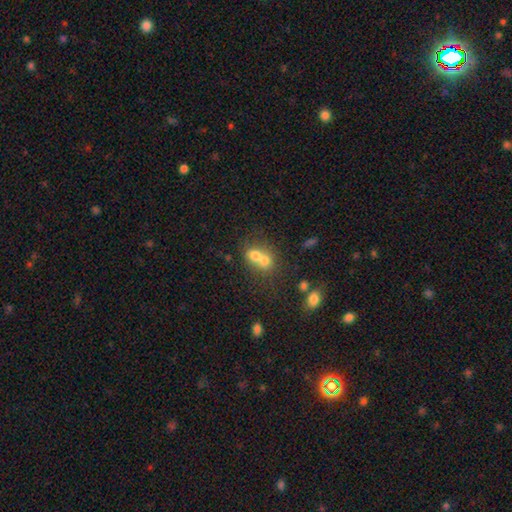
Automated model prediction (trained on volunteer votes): smooth 68%, featured or disk 20%, star or artifact 12%. Down the decision tree: how rounded — round (61%); merging — merger (71%).